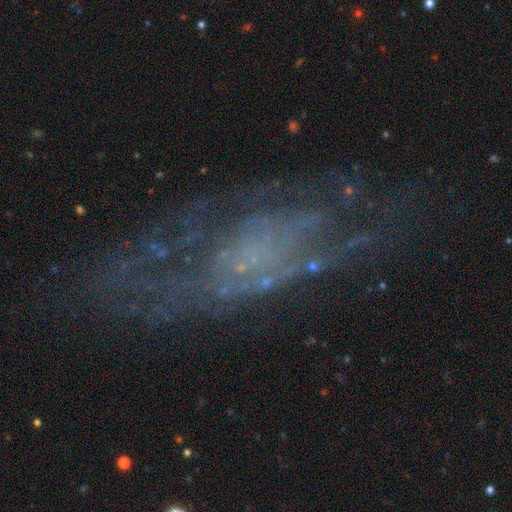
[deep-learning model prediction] Q: Smooth or featured?
A: featured or disk (68%); runner-up: smooth (16%)
Q: Edge-on disk?
A: no (82%); runner-up: yes (18%)
Q: Bar?
A: no (74%); runner-up: weak (20%)
Q: Spiral arms?
A: yes (66%); runner-up: no (34%)
Q: Bulge size?
A: none (60%); runner-up: small (23%)
Q: Merging?
A: none (62%); runner-up: minor disturbance (19%)